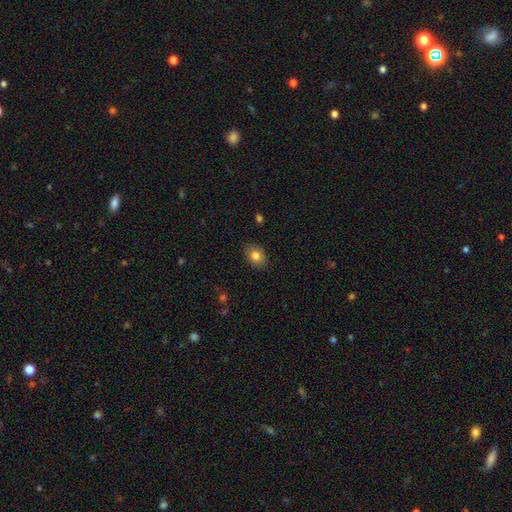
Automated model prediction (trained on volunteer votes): A smooth galaxy with no disk features (82%) that is in between round and cigar-shaped (64%).

Vote fractions:
- Smooth or featured? smooth: 82% / star or artifact: 9% / featured or disk: 9%
- How rounded? in between: 64% / round: 35% / cigar-shaped: 1%
- Merging? none: 87% / minor disturbance: 10% / major disturbance: 2% / merger: 1%